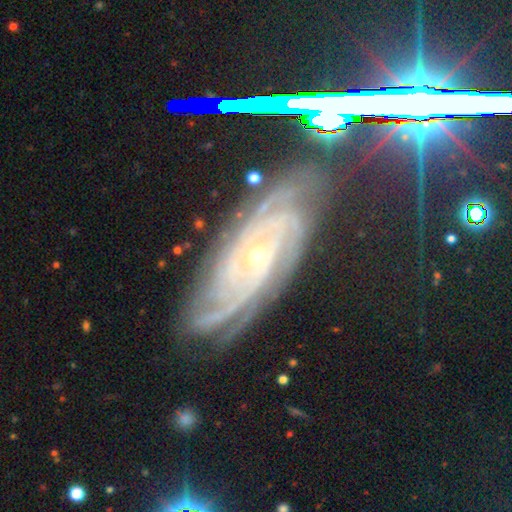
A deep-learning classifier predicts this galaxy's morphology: Smooth or featured: featured or disk — 87% (star or artifact — 8%)
Edge-on disk: no — 93% (yes — 7%)
Bar: no — 64% (weak — 24%)
Spiral arms: yes — 98% (no — 2%)
Spiral winding: tight — 71% (medium — 24%)
Spiral arm count: can't tell — 22% (3 — 21%)
Bulge size: small — 74% (moderate — 22%)
Merging: none — 73% (minor disturbance — 18%)